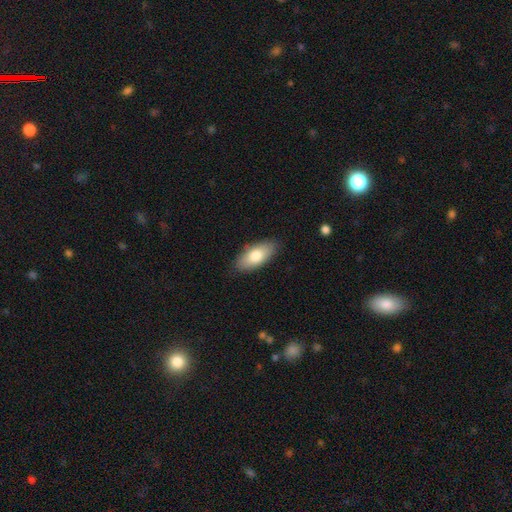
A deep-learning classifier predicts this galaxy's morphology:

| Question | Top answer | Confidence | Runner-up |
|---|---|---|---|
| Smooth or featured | smooth | 77% | featured or disk (17%) |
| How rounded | in between | 87% | cigar-shaped (10%) |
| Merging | none | 85% | minor disturbance (11%) |